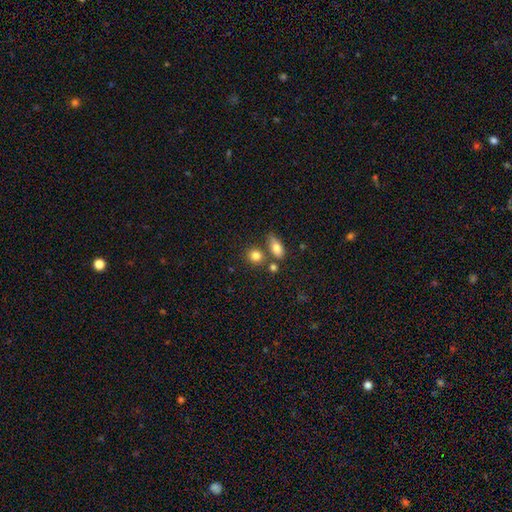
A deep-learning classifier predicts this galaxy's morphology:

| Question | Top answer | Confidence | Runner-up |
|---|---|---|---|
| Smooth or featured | smooth | 82% | star or artifact (10%) |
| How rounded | round | 73% | in between (25%) |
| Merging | none | 64% | merger (21%) |